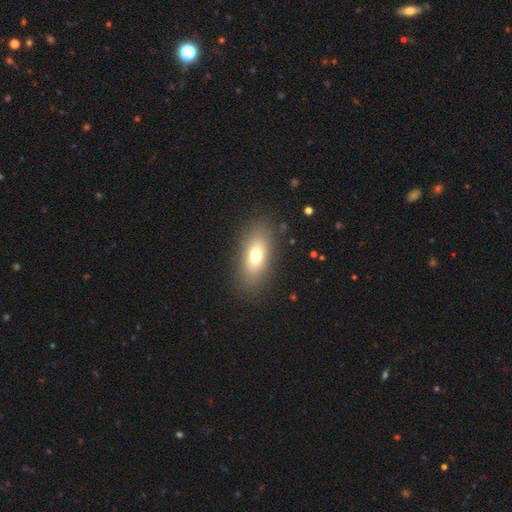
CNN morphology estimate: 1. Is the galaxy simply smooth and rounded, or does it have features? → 71% smooth, 19% featured or disk, 10% star or artifact.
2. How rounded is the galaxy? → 81% in between, 12% cigar-shaped, 7% round.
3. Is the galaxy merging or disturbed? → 84% none, 10% minor disturbance, 4% major disturbance, 1% merger.